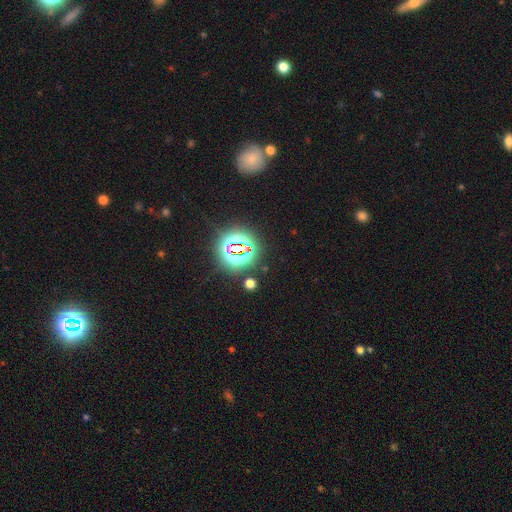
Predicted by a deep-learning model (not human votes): smooth-or-featured: star or artifact: 79% | smooth: 13% | featured or disk: 8%